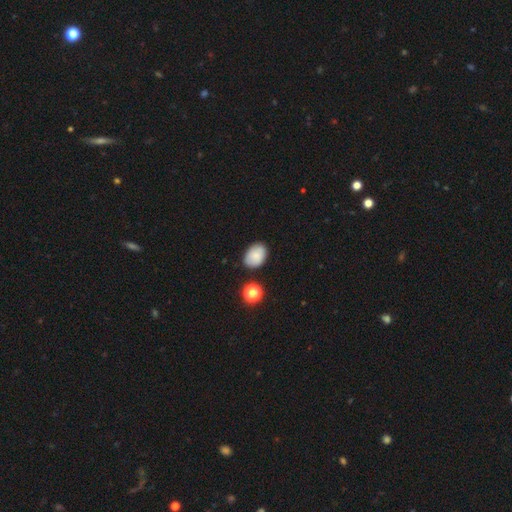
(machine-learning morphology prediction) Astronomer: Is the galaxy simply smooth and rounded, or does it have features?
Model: smooth — 84%.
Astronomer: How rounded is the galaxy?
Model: in between — 82%.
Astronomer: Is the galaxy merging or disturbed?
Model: none — 79%.